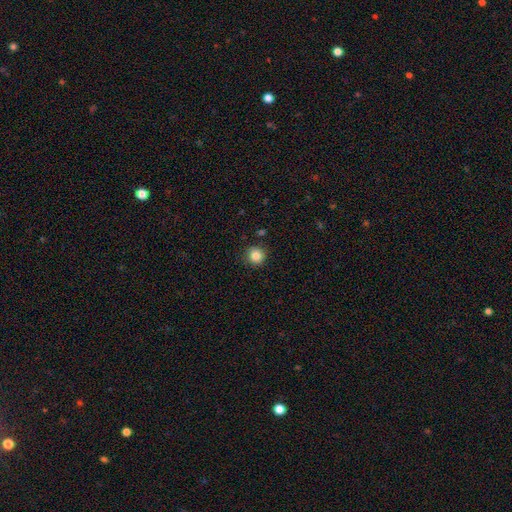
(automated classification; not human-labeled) Morphology: type=smooth (84%); roundness=round (93%); merging=none (89%).